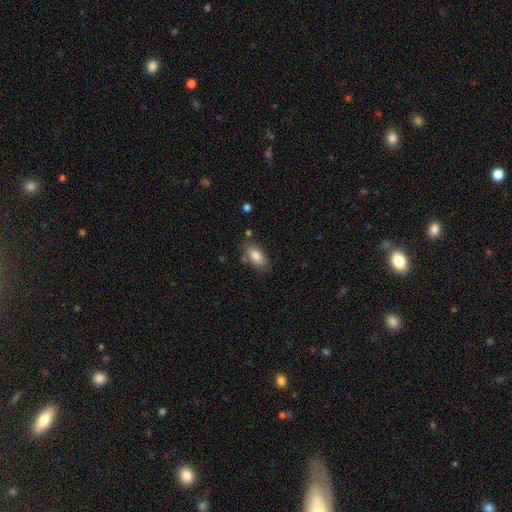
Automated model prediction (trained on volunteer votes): This is clearly a smooth galaxy (83%). How rounded: clearly in between (90%). Merging: likely none (76%).